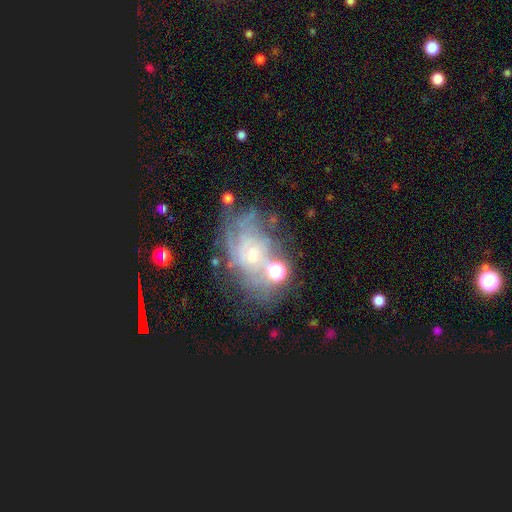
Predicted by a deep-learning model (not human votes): smooth-or-featured: featured or disk: 67% | star or artifact: 19% | smooth: 15%
  disk-edge-on: no: 96% | yes: 4%
    bar: no: 77% | weak: 18% | strong: 5%
    has-spiral-arms: yes: 83% | no: 17%
      spiral-winding: tight: 61% | medium: 27% | loose: 12%
      spiral-arm-count: can't tell: 47% | 2: 12% | more than 4: 11% | 3: 11% | 4: 11% | 1: 7%
    bulge-size: small: 73% | moderate: 19% | none: 4% | large: 3% | dominant: 2%
  merging: none: 61% | minor disturbance: 18% | major disturbance: 13% | merger: 9%